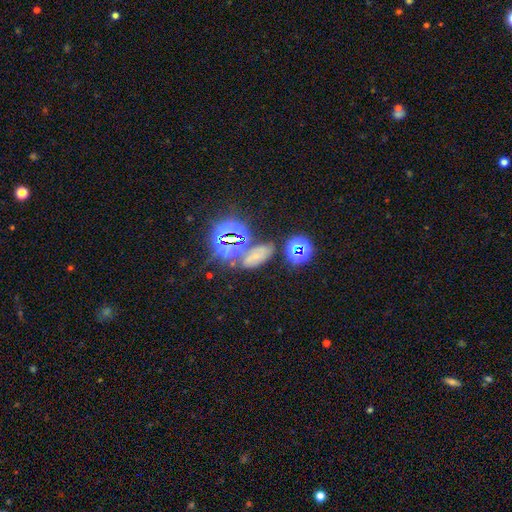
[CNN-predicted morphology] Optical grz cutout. It shows a star or artifact, not a galaxy (46%).